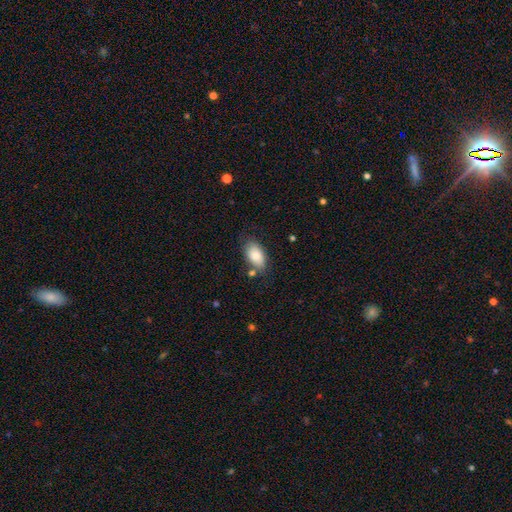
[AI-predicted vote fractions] smooth 84%, featured or disk 9%, star or artifact 7%. Down the decision tree: how rounded — in between (93%); merging — none (68%).